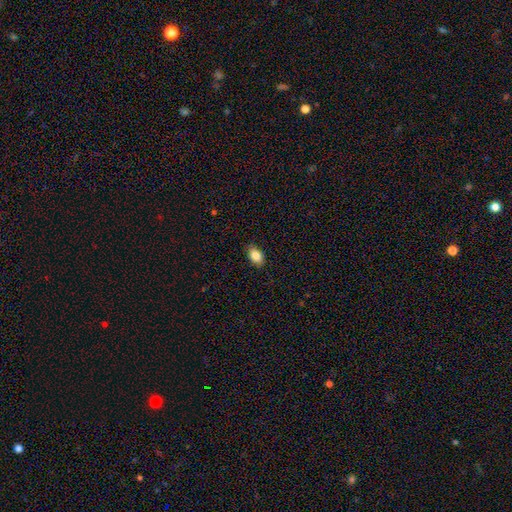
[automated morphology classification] The model was most divided on "merging": none: 86%, minor disturbance: 11%, major disturbance: 2%, merger: 1%. More confident: how rounded — in between (89%); smooth or featured — smooth (84%).